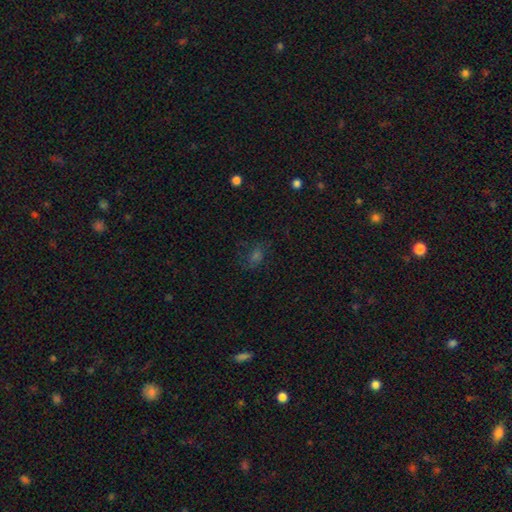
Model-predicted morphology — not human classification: Smooth or featured: smooth — 42% (star or artifact — 34%)
Merging: none — 67% (minor disturbance — 18%)